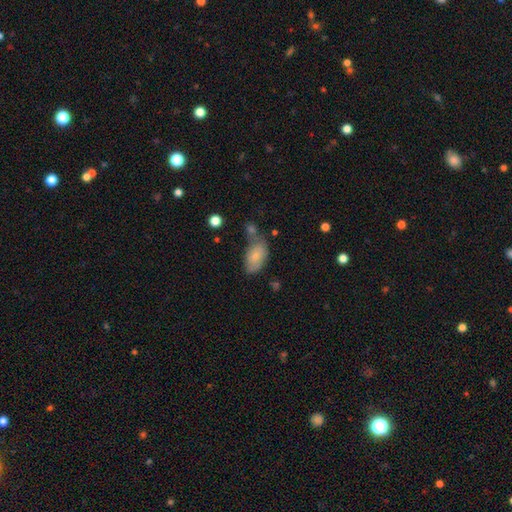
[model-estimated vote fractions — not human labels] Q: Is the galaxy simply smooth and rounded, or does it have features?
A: smooth — 74%.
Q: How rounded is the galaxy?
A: in between — 93%.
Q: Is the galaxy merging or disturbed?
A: none — 47%.